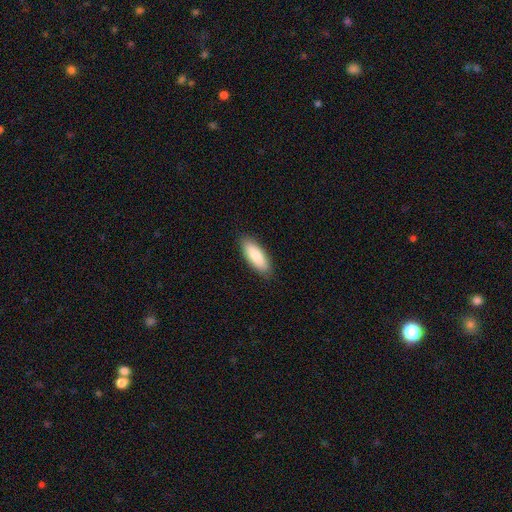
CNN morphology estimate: A smooth galaxy with no disk features (85%) that is in between round and cigar-shaped (69%). Merging: none (88%).